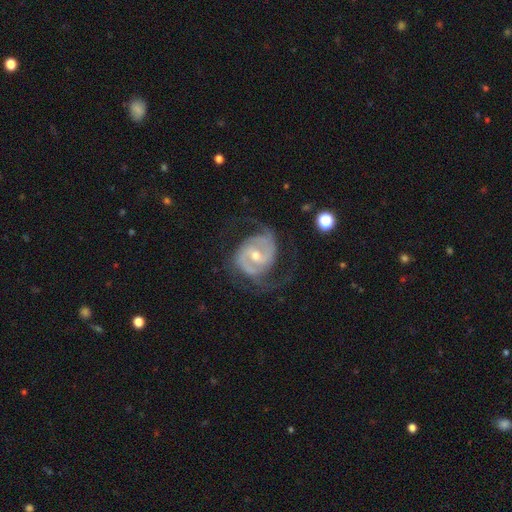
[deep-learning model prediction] This is clearly a featured or disk galaxy (89%). It is clearly not viewed edge-on (97%). Bar: possibly weak (47%). Spiral arm pattern: clearly yes (96%). Spiral arm count: clearly 2 (80%). Spiral winding: possibly medium (48%). Central bulge: possibly moderate (55%). Merging: likely none (65%).